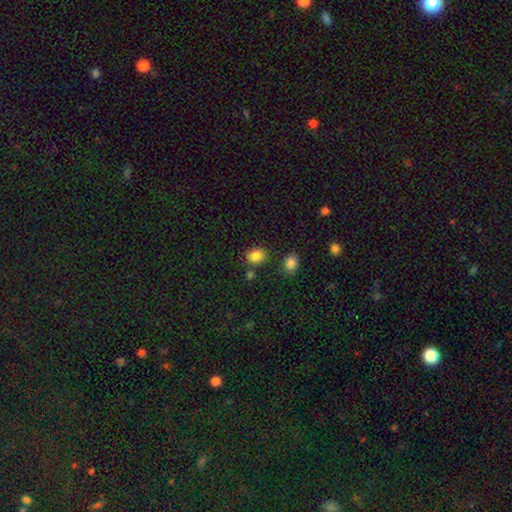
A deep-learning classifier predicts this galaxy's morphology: smooth-or-featured: smooth: 85% | star or artifact: 10% | featured or disk: 5%
  how-rounded: round: 58% | in between: 41% | cigar-shaped: 1%
  merging: none: 80% | minor disturbance: 11% | merger: 6% | major disturbance: 3%